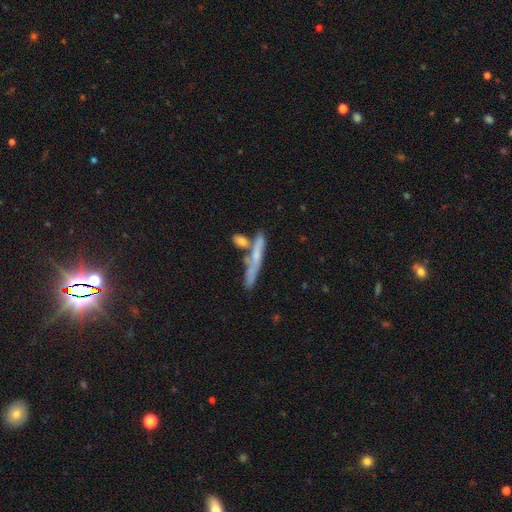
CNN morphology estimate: Smooth or featured?
  - smooth: 50% *
  - featured or disk: 42%
  - star or artifact: 8%
Merging?
  - none: 60% *
  - merger: 20%
  - minor disturbance: 15%
  - major disturbance: 6%